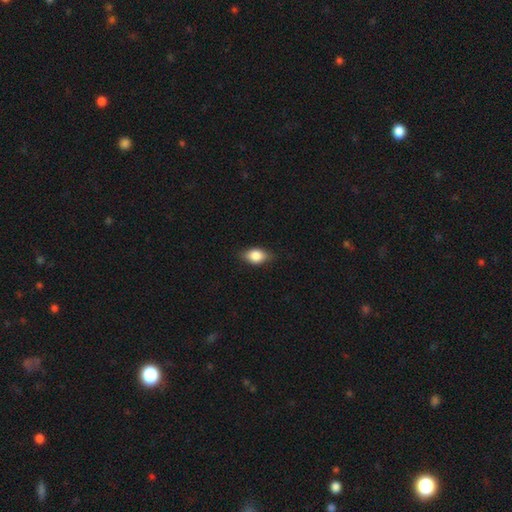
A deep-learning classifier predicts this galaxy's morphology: smooth_or_featured: smooth (p=0.80) [alt: featured or disk p=0.12]
how_rounded: in between (p=0.81) [alt: round p=0.15]
merging: none (p=0.82) [alt: minor disturbance p=0.15]